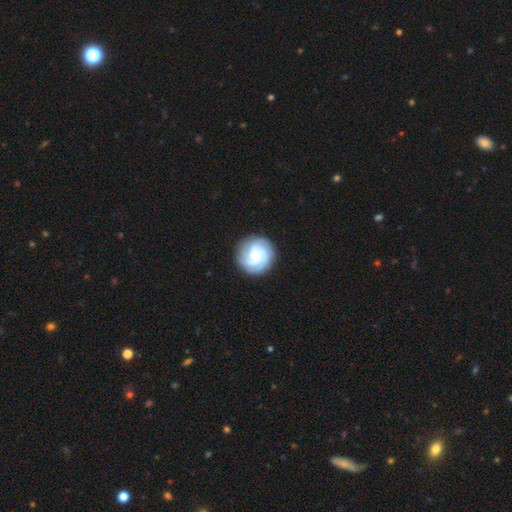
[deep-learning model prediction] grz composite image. It shows a featured or disk galaxy (78%) with no bar (70%), 3 (51%) tight (66%) spiral arms (97%) and a small central bulge (46%). Merging: none (87%).